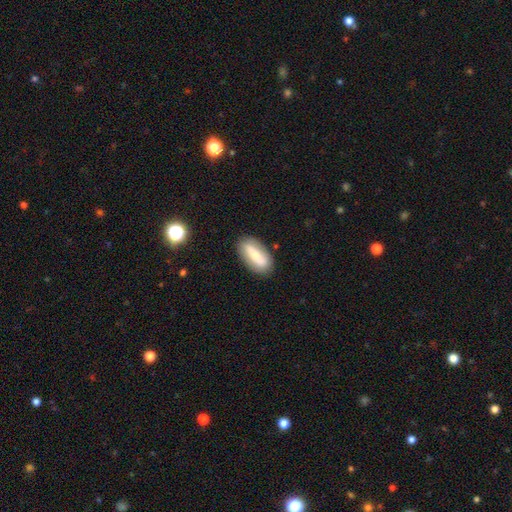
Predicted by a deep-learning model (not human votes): Morphology: type=smooth (62%); roundness=in between (76%); merging=none (84%).